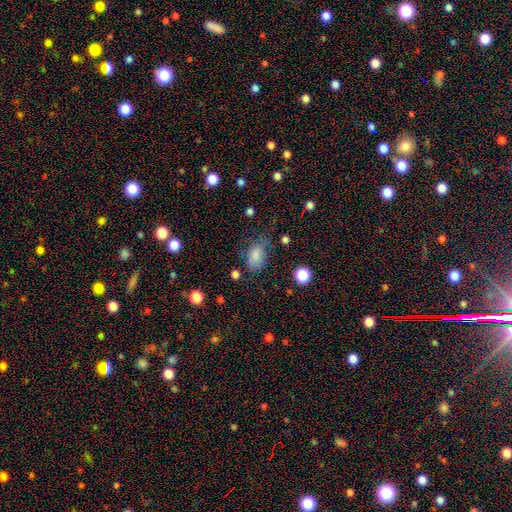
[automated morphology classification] A smooth galaxy with no disk features (81%) that is in between round and cigar-shaped (83%). Merging: none (58%).